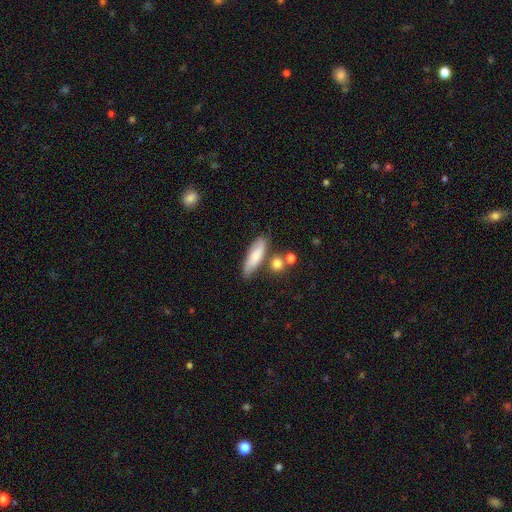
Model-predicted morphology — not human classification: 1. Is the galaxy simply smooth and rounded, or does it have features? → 72% smooth, 21% featured or disk, 7% star or artifact.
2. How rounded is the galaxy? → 50% in between, 46% cigar-shaped, 4% round.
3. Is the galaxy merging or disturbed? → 64% none, 20% minor disturbance, 10% merger, 5% major disturbance.